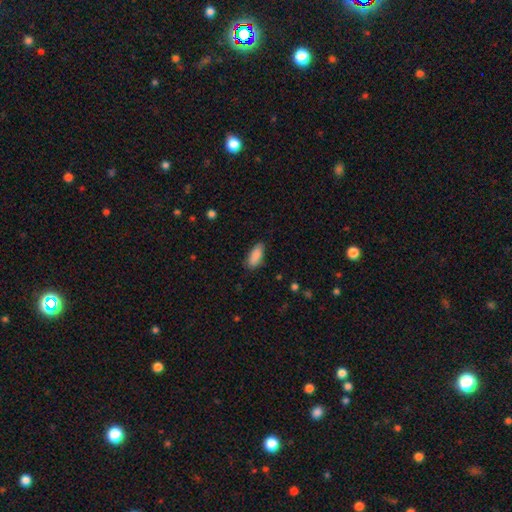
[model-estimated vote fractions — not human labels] Smooth or featured?
  - smooth: 89% *
  - star or artifact: 6%
  - featured or disk: 5%
How rounded?
  - in between: 84% *
  - cigar-shaped: 14%
  - round: 2%
Merging?
  - none: 80% *
  - minor disturbance: 16%
  - major disturbance: 3%
  - merger: 1%